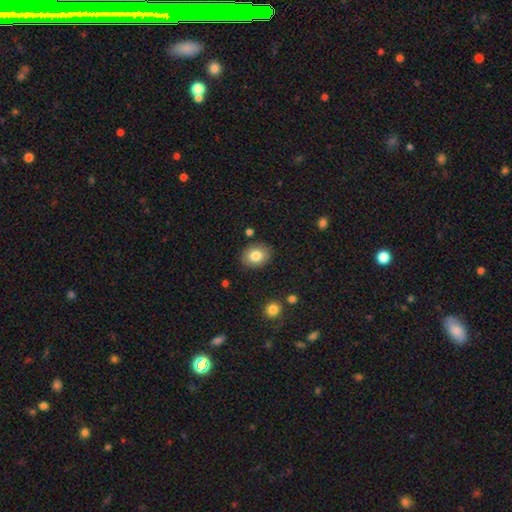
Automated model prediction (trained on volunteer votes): smooth-or-featured: smooth: 81% | featured or disk: 11% | star or artifact: 8%
  how-rounded: in between: 57% | round: 42% | cigar-shaped: 1%
  merging: none: 86% | minor disturbance: 10% | major disturbance: 2% | merger: 2%